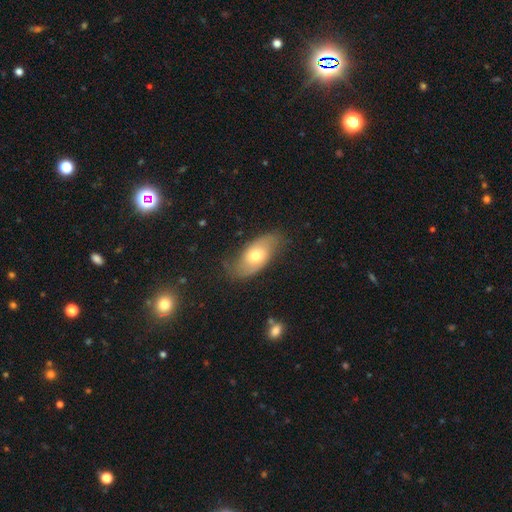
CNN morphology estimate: A featured or disk galaxy (50%). Merging: none (69%).